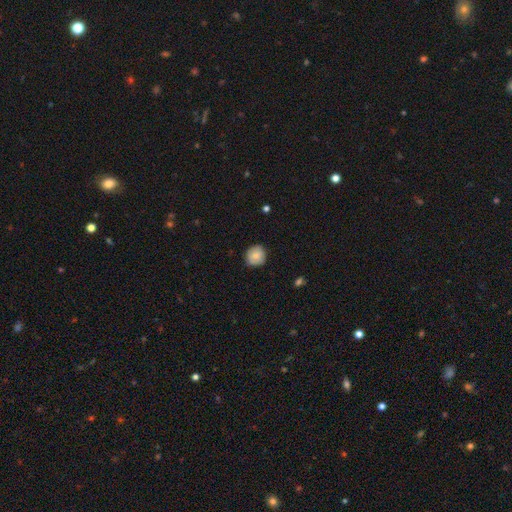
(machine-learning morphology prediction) Smooth or featured: smooth — 78% (featured or disk — 15%)
How rounded: round — 89% (in between — 10%)
Merging: none — 83% (minor disturbance — 14%)